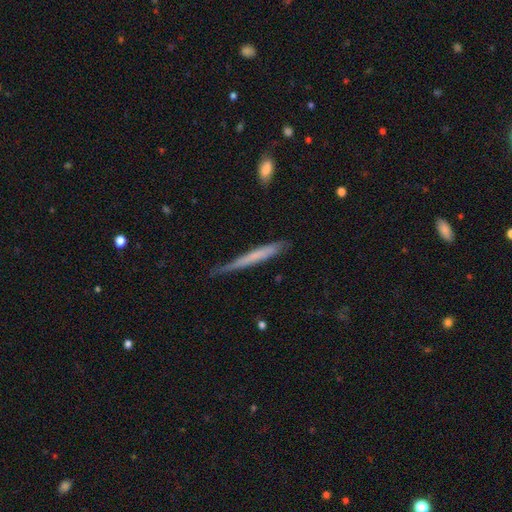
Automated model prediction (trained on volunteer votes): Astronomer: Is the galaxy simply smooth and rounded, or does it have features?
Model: smooth — 55% (runner-up: featured or disk, 38%).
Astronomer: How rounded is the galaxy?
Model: cigar-shaped — 96%.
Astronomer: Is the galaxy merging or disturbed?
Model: none — 69%.